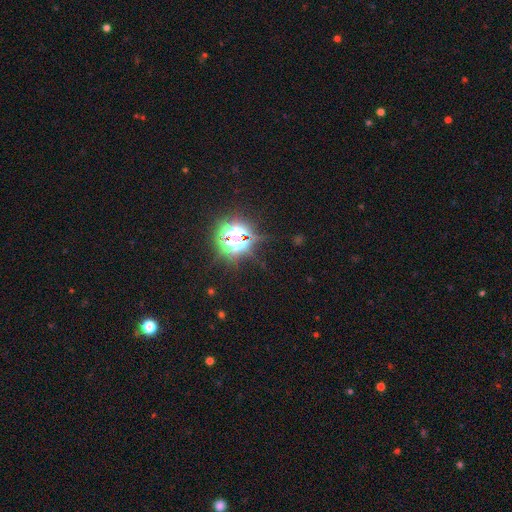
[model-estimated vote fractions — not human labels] Overall: star or artifact (83%).